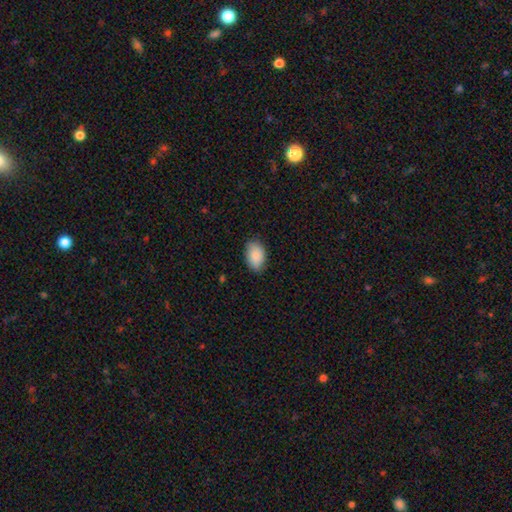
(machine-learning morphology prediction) This is clearly a smooth galaxy (90%). How rounded: clearly in between (91%). Merging: clearly none (83%).